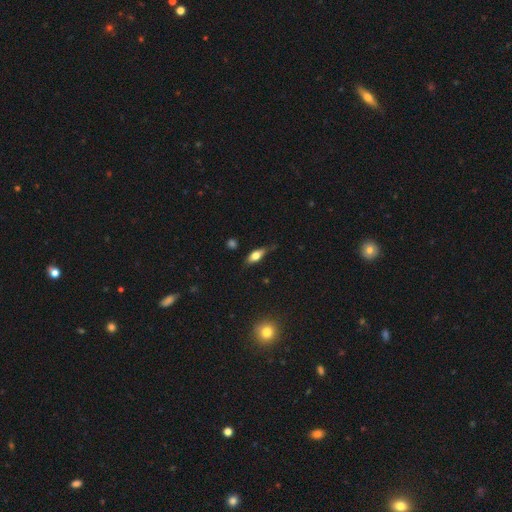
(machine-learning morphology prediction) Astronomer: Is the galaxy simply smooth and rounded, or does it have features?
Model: smooth — 65%.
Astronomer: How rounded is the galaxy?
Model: in between — 72%.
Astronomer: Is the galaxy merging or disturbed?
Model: none — 67%.